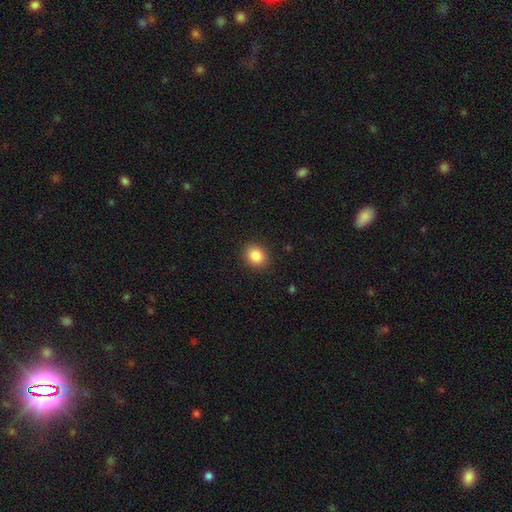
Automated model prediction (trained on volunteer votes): A smooth galaxy with no disk features (86%) that is round (61%).

Vote fractions:
- Smooth or featured? smooth: 86% / star or artifact: 9% / featured or disk: 5%
- How rounded? round: 61% / in between: 38% / cigar-shaped: 1%
- Merging? none: 89% / minor disturbance: 8% / major disturbance: 3% / merger: 1%